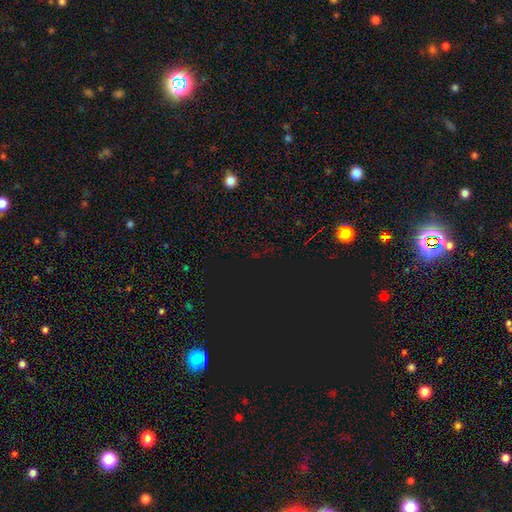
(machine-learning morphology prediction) This is likely a star or artifact rather than a galaxy (79%).